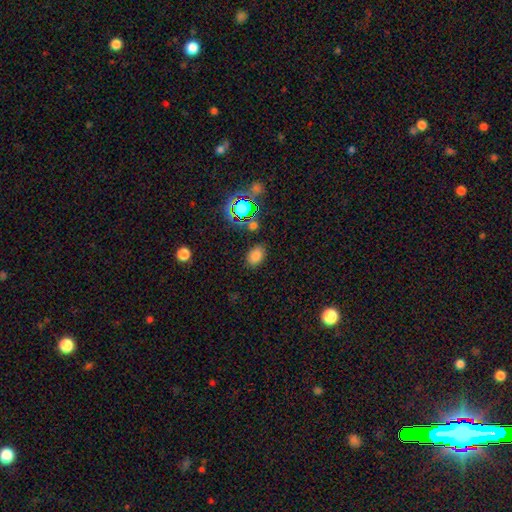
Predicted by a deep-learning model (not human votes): This appears to be a smooth galaxy with no disk features (77%) that is in between round and cigar-shaped (81%). Merging: none (83%).